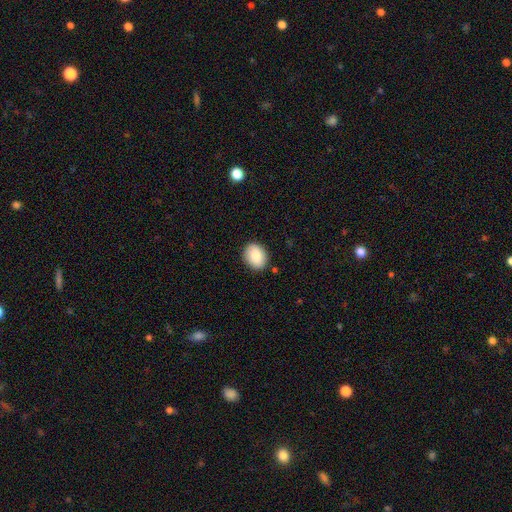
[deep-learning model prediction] A smooth galaxy with no disk features (86%) that is in between round and cigar-shaped (61%).

Vote fractions:
- Smooth or featured? smooth: 86% / featured or disk: 7% / star or artifact: 7%
- How rounded? in between: 61% / round: 38% / cigar-shaped: 1%
- Merging? none: 88% / minor disturbance: 9% / major disturbance: 2% / merger: 1%